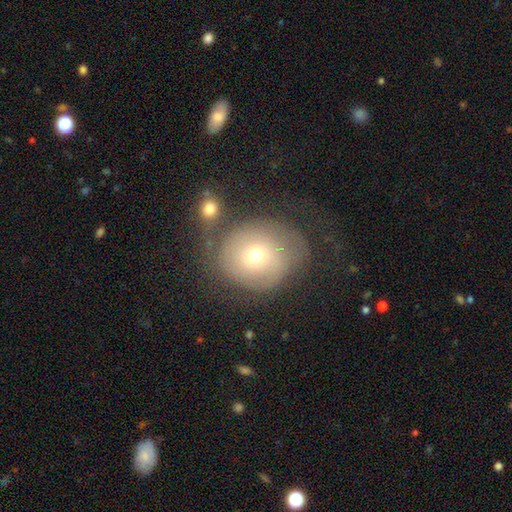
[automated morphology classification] Smooth or featured? smooth (45%)
Merging? none (53%)